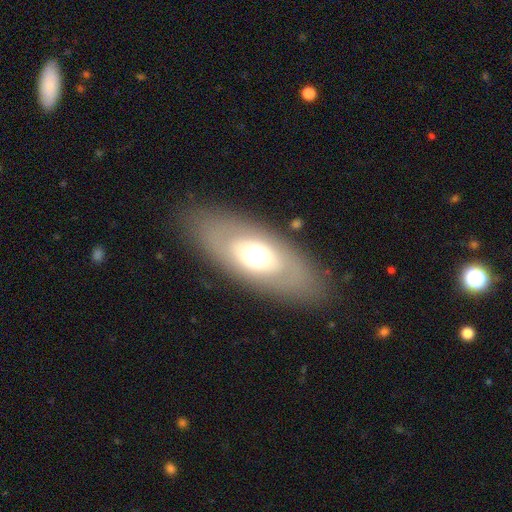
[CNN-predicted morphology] Overall: smooth (50%; featured or disk 42%). Merging: none (83%).